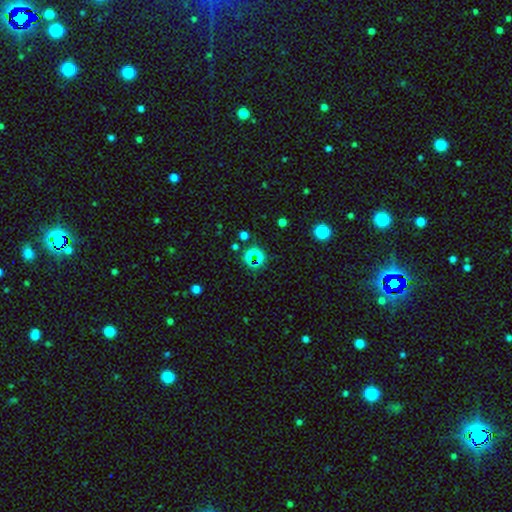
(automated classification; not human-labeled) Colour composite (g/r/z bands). It shows a star or artifact, not a galaxy (61%).